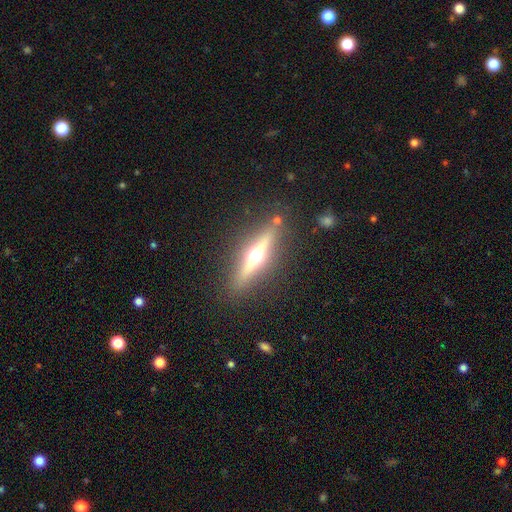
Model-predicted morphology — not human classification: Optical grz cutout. It shows a featured or disk galaxy (72%) viewed edge-on (96%) with a rounded central bulge (96%). Merging: none (86%).